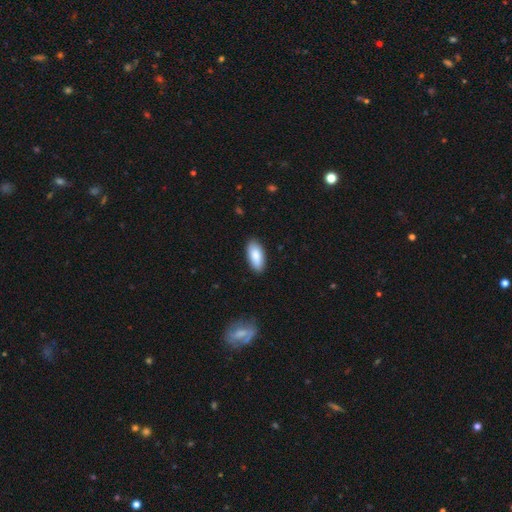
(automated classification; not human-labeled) Overall: smooth (86%). How rounded: in between (89%). Merging: none (87%).